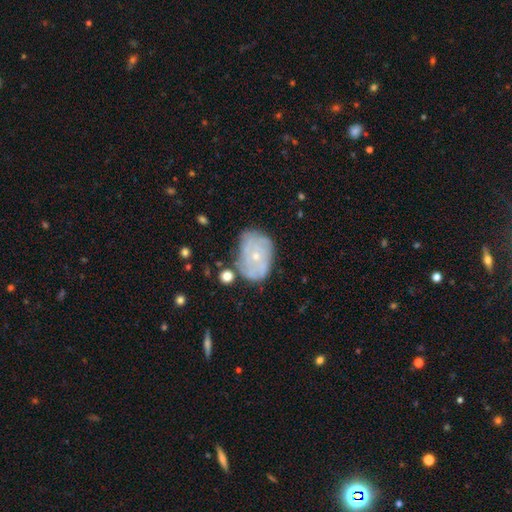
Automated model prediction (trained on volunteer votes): Smooth or featured?
  - featured or disk: 59% *
  - smooth: 32%
  - star or artifact: 8%
Edge-on disk?
  - no: 96% *
  - yes: 4%
Bar?
  - no: 86% *
  - weak: 12%
  - strong: 2%
Spiral arms?
  - yes: 62% *
  - no: 38%
Bulge size?
  - small: 73% *
  - moderate: 23%
  - none: 1%
  - large: 1%
  - dominant: 1%
Merging?
  - none: 57% *
  - minor disturbance: 27%
  - major disturbance: 10%
  - merger: 6%